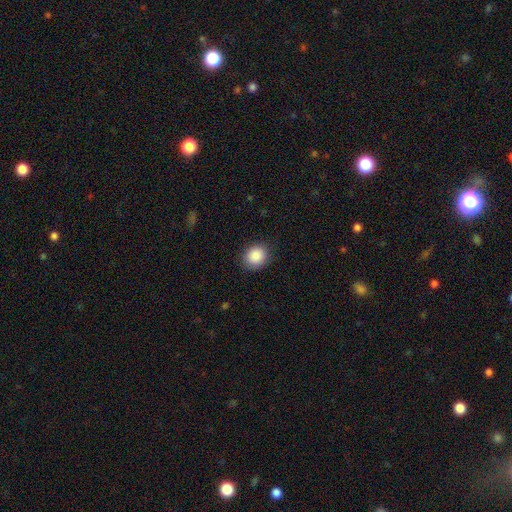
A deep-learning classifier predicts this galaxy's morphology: type=smooth (88%); roundness=round (71%); merging=none (86%).